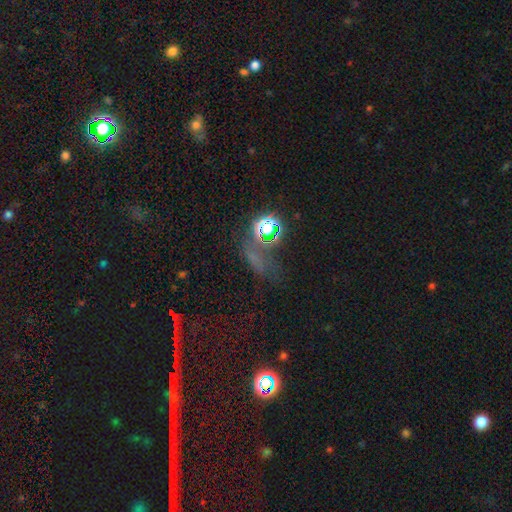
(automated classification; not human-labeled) smooth_or_featured: star or artifact (p=0.61) [alt: smooth p=0.27]